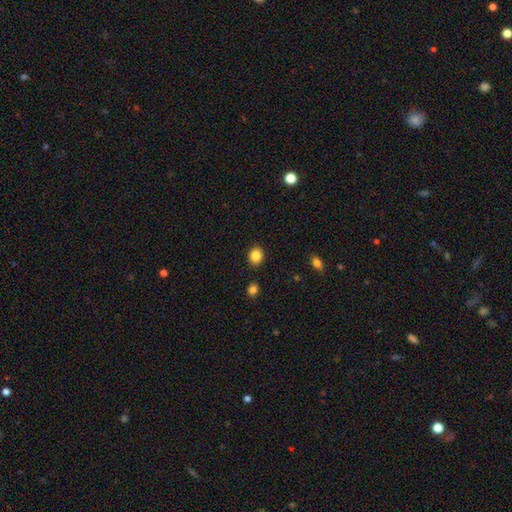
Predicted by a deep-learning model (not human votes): smooth-or-featured: smooth: 86% | star or artifact: 10% | featured or disk: 5%
  how-rounded: round: 66% | in between: 33% | cigar-shaped: 1%
  merging: none: 88% | minor disturbance: 8% | major disturbance: 2% | merger: 2%